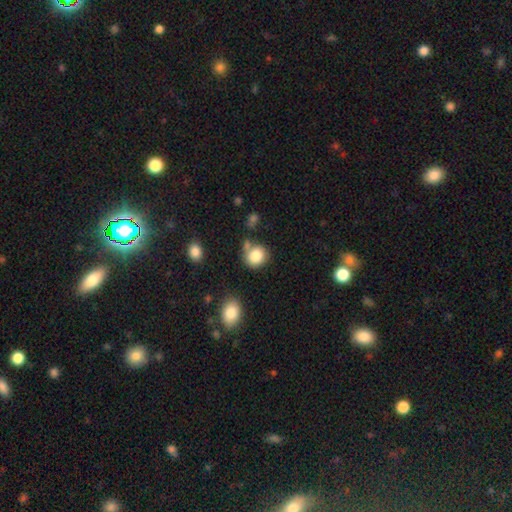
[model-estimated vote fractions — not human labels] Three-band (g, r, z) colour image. It shows a smooth galaxy with no disk features (84%) that is round (79%). Merging: none (64%).